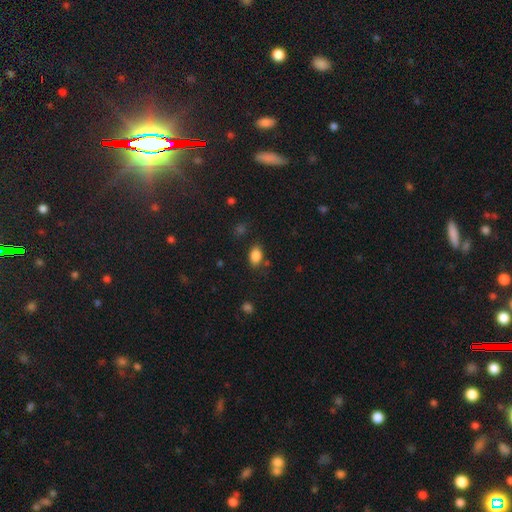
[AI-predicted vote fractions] A smooth galaxy with no disk features (86%) that is in between round and cigar-shaped (85%). Merging: none (79%).